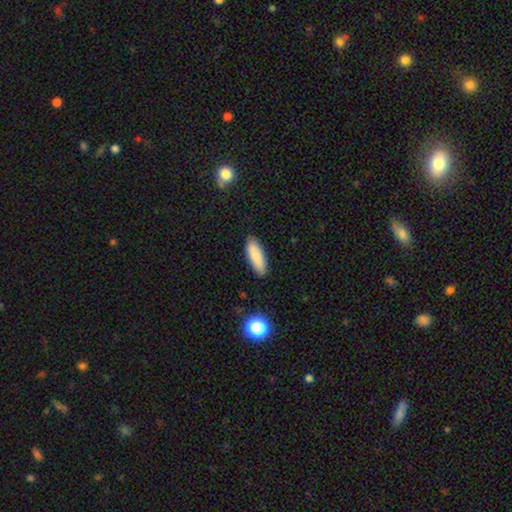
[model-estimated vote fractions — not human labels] A smooth galaxy with no disk features (86%) that is in between round and cigar-shaped (56%).

Vote fractions:
- Smooth or featured? smooth: 86% / featured or disk: 7% / star or artifact: 7%
- How rounded? in between: 56% / cigar-shaped: 43% / round: 2%
- Merging? none: 87% / minor disturbance: 10% / major disturbance: 2% / merger: 1%